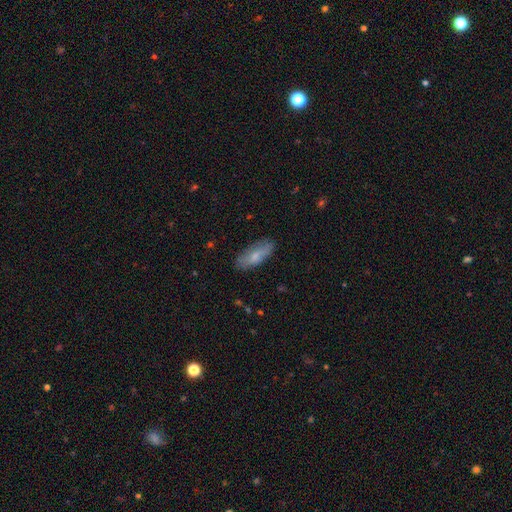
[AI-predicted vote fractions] Smooth or featured? Predicted: smooth (p=0.72). How rounded? Predicted: in between (p=0.73). Merging? Predicted: none (p=0.79).